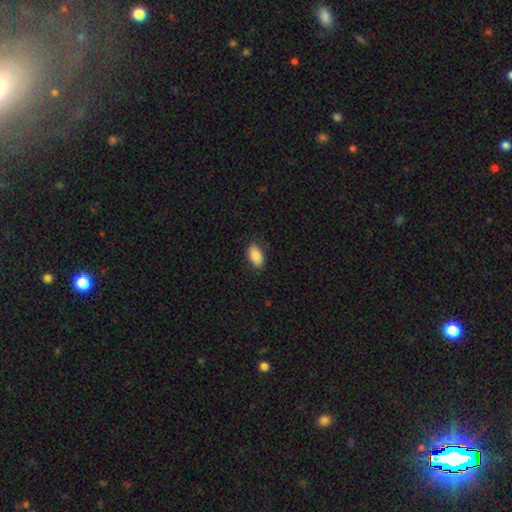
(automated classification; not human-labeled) This appears to be a smooth galaxy with no disk features (88%) that is in between round and cigar-shaped (93%). Merging: none (85%).